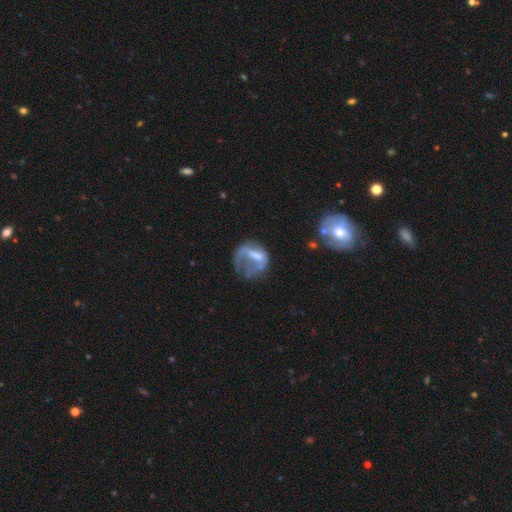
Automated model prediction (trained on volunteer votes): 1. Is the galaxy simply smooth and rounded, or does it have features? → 54% featured or disk, 36% smooth, 11% star or artifact.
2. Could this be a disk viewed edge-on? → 97% no, 3% yes.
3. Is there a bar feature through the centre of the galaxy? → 50% no, 34% weak, 16% strong.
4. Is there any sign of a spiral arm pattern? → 65% no, 35% yes.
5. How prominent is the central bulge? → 36% moderate, 32% none, 23% small, 8% large, 2% dominant.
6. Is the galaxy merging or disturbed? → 47% major disturbance, 28% none, 19% minor disturbance, 7% merger.